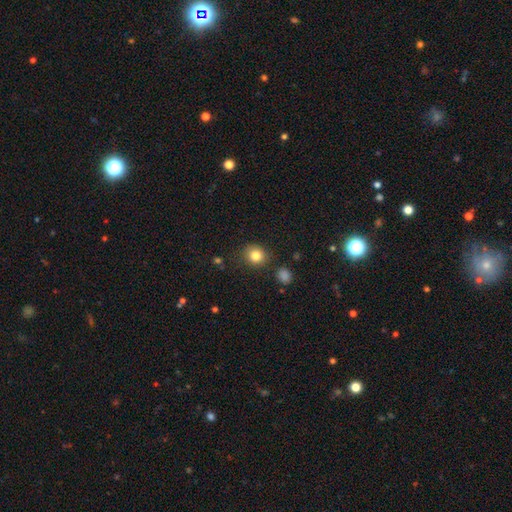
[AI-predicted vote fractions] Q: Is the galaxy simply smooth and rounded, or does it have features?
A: smooth — 82%.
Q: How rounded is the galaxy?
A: round — 79%.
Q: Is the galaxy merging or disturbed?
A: none — 84%.